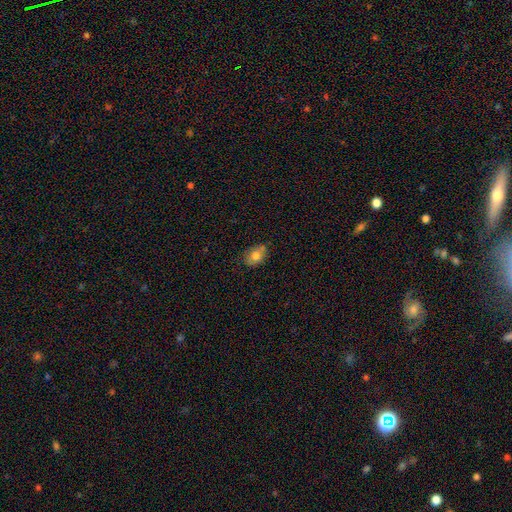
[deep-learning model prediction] Smooth or featured?
  - smooth: 76% *
  - featured or disk: 15%
  - star or artifact: 9%
How rounded?
  - in between: 69% *
  - round: 30%
  - cigar-shaped: 1%
Merging?
  - none: 70% *
  - minor disturbance: 20%
  - merger: 7%
  - major disturbance: 3%